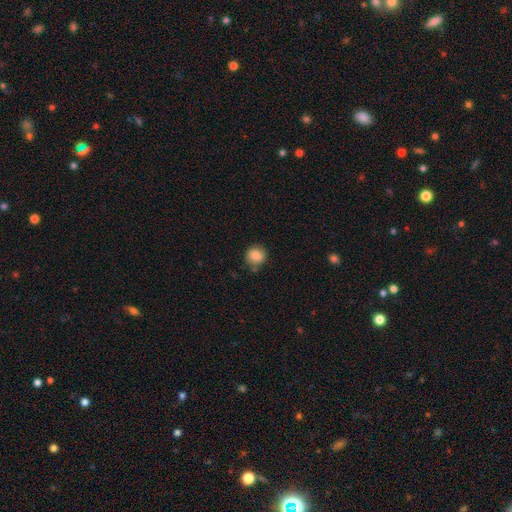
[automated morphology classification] Overall: smooth (83%). How rounded: round (91%). Merging: none (80%).